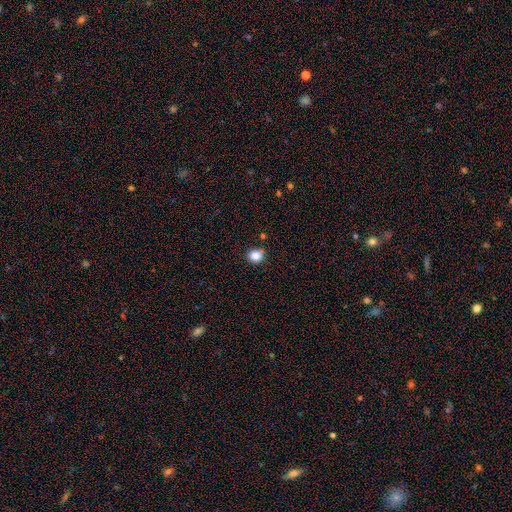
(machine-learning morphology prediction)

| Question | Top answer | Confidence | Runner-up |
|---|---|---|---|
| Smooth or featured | smooth | 85% | star or artifact (11%) |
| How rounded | round | 78% | in between (21%) |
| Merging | none | 79% | minor disturbance (14%) |